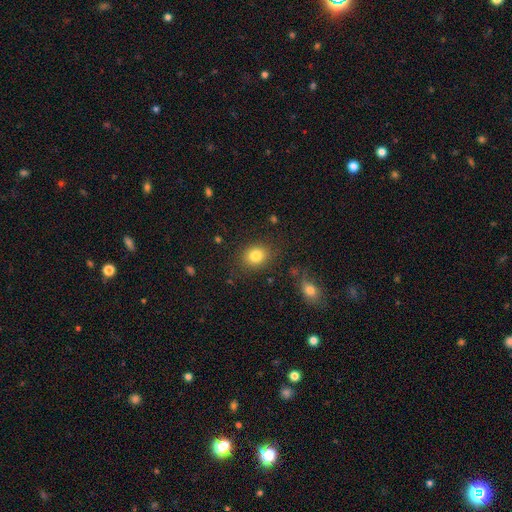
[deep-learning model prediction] Overall: smooth (82%). How rounded: round (58%; in between 41%). Merging: none (85%).